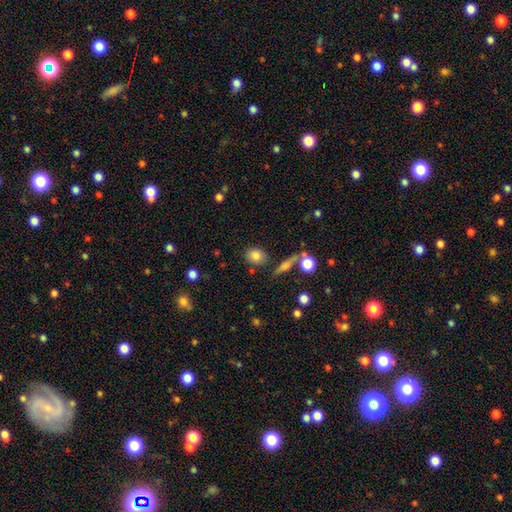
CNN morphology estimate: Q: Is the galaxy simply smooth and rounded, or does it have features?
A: smooth — 82%.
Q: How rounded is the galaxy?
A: round — 52%.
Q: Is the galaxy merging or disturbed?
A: none — 79%.